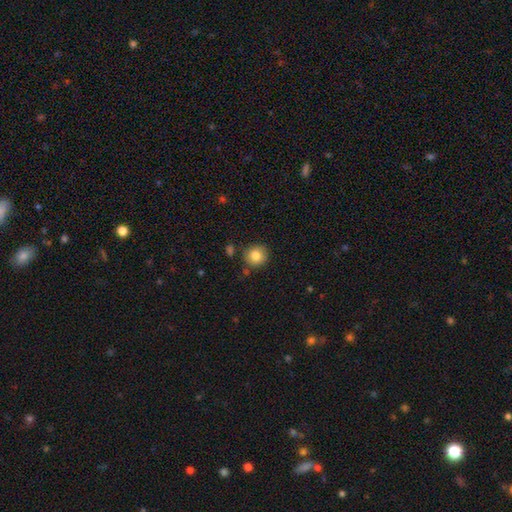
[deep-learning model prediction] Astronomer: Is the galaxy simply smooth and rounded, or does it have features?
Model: smooth — 83%.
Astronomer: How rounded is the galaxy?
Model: round — 91%.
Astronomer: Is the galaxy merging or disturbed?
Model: none — 83%.